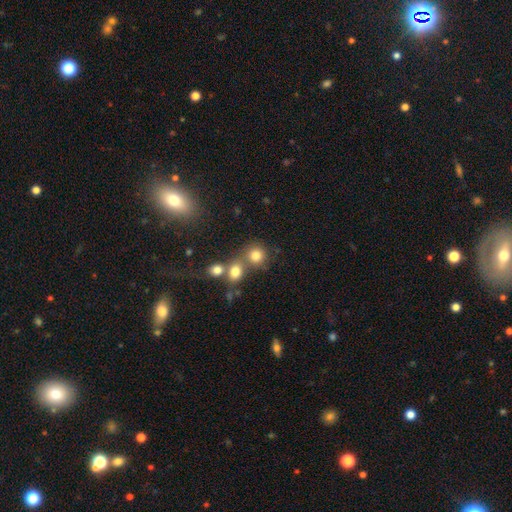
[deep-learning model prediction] Morphology: type=smooth (79%); roundness=round (85%); merging=none (53%).